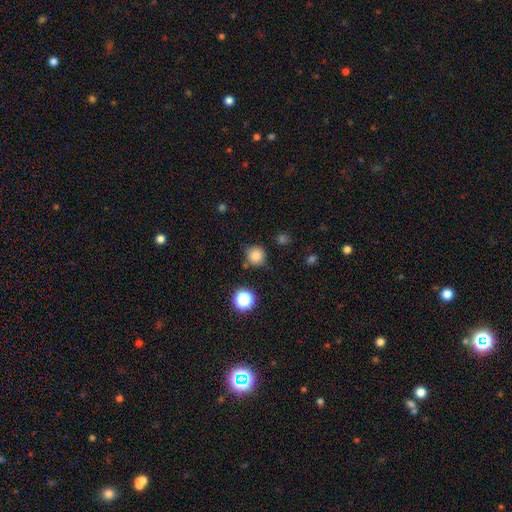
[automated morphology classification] A smooth galaxy with no disk features (82%) that is round (90%). Merging: none (77%).